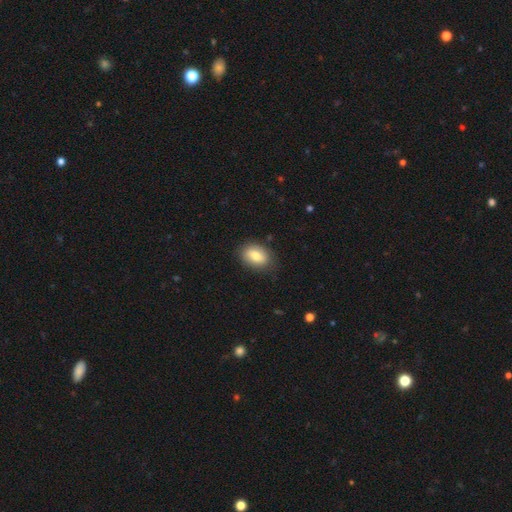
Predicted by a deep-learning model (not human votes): smooth_or_featured: smooth (p=0.77) [alt: featured or disk p=0.15]
how_rounded: in between (p=0.80) [alt: round p=0.19]
merging: none (p=0.82) [alt: minor disturbance p=0.14]